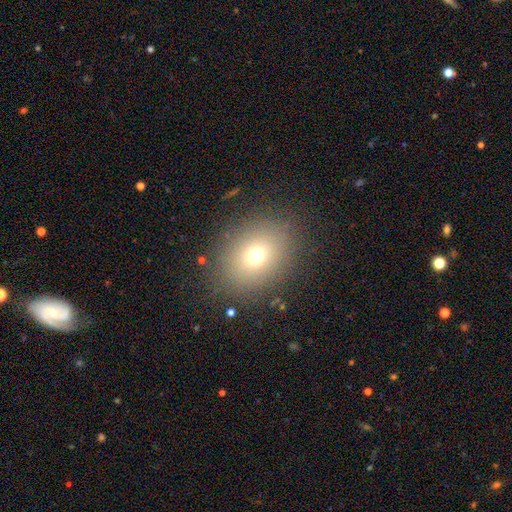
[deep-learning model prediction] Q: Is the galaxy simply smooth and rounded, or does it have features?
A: smooth — 70%.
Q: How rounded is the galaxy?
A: round — 51%.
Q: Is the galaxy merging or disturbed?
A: none — 85%.